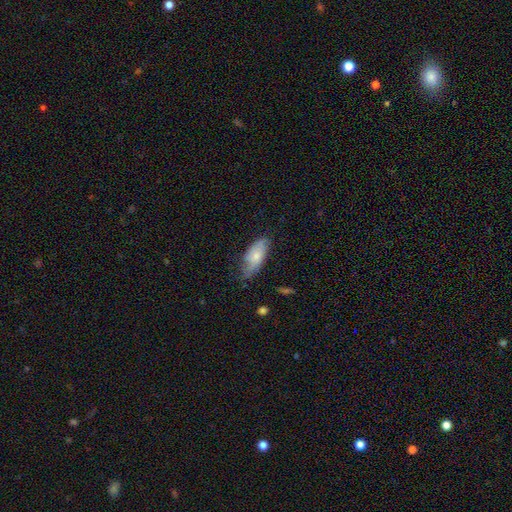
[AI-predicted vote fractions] This appears to be a smooth galaxy with no disk features (67%) that is in between round and cigar-shaped (83%). Merging: none (56%).